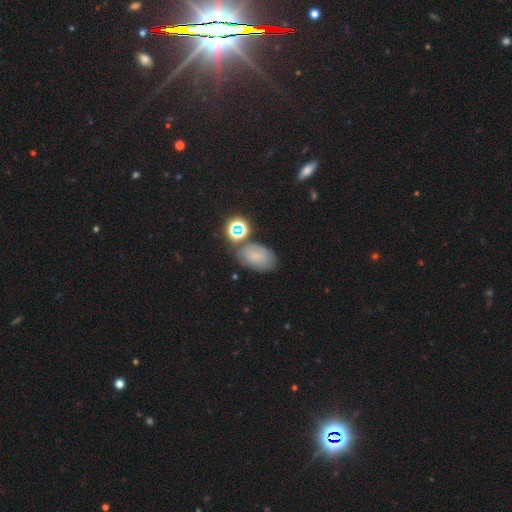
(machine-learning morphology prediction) smooth_or_featured: smooth (p=0.62) [alt: star or artifact p=0.22]
how_rounded: in between (p=0.84) [alt: round p=0.15]
merging: none (p=0.63) [alt: minor disturbance p=0.19]